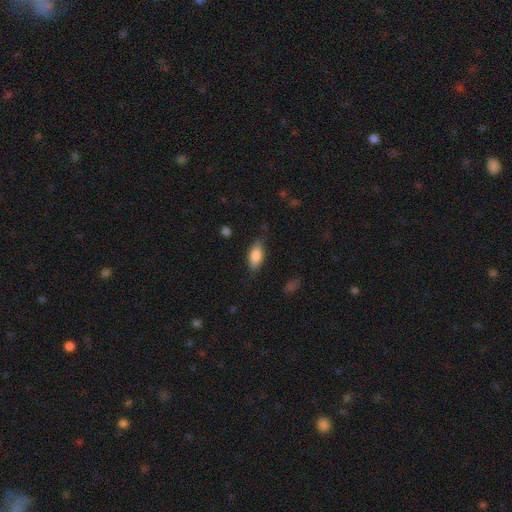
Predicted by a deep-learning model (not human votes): A smooth galaxy with no disk features (83%) that is in between round and cigar-shaped (86%). Merging: none (76%).